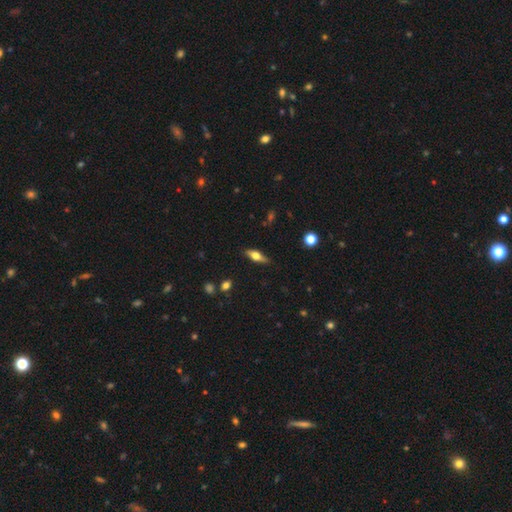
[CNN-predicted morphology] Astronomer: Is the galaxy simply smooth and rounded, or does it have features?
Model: featured or disk — 48% (runner-up: smooth, 45%).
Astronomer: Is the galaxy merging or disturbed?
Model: none — 85%.